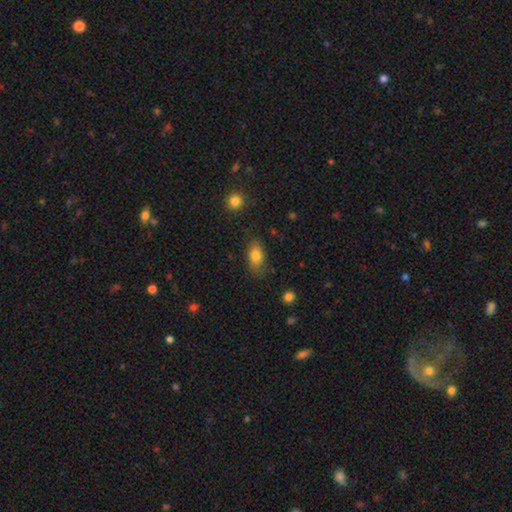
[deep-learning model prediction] This appears to be a smooth galaxy with no disk features (80%) that is in between round and cigar-shaped (87%). Merging: none (73%).